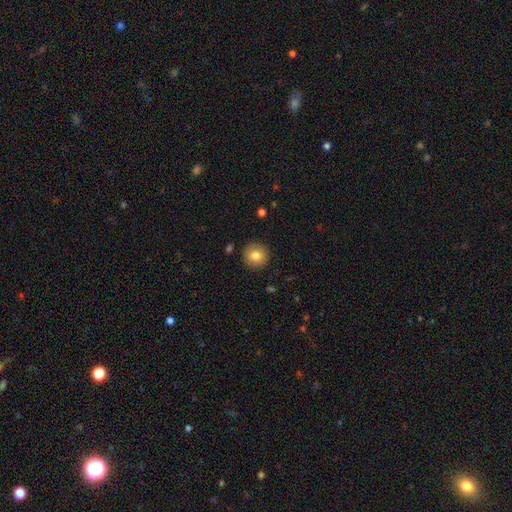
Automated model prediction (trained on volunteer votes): smooth 83%, star or artifact 9%, featured or disk 9%. Down the decision tree: how rounded — round (94%); merging — none (91%).